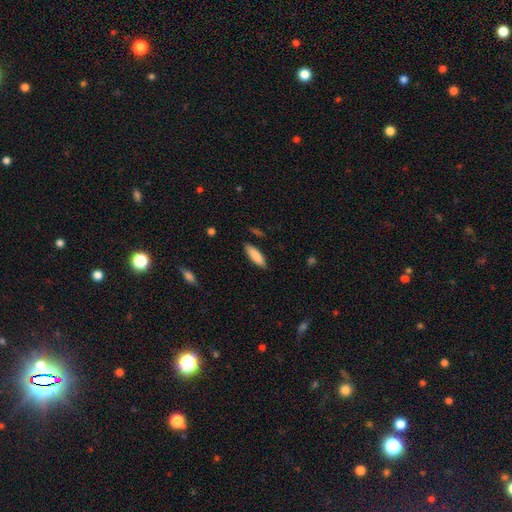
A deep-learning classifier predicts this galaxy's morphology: Smooth or featured: smooth — 86% (featured or disk — 8%)
How rounded: cigar-shaped — 51% (in between — 47%)
Merging: none — 87% (minor disturbance — 9%)